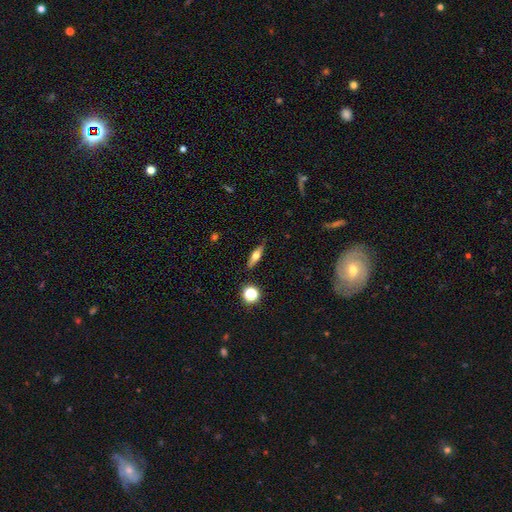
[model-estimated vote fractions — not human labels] Smooth or featured? smooth (49%)
Merging? none (85%)